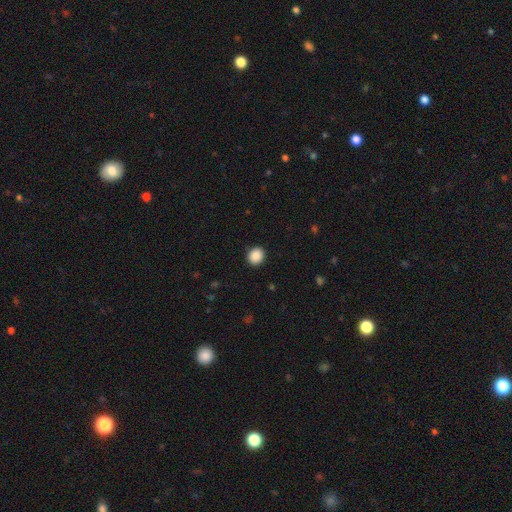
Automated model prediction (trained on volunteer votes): smooth-or-featured: smooth: 89% | star or artifact: 9% | featured or disk: 3%
  how-rounded: round: 79% | in between: 20% | cigar-shaped: 1%
  merging: none: 91% | minor disturbance: 6% | major disturbance: 2% | merger: 1%